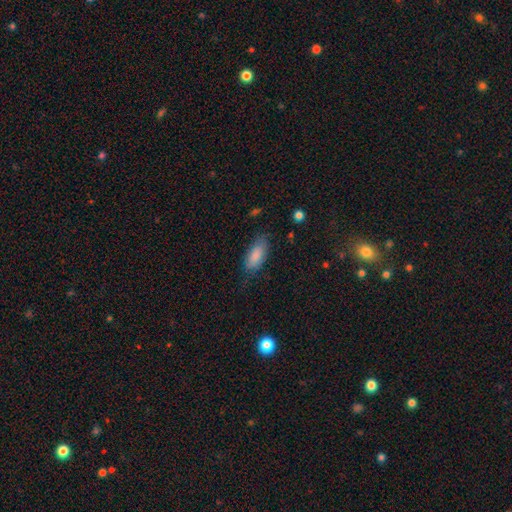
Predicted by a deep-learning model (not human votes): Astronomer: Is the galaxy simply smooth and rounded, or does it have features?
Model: smooth — 86%.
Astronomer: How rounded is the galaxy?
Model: in between — 87%.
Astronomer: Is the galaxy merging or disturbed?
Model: none — 73%.